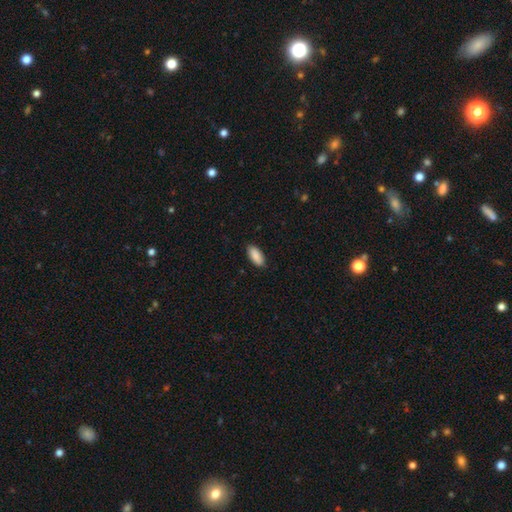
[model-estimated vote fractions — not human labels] Smooth or featured? smooth (90%)
How rounded? in between (90%)
Merging? none (88%)